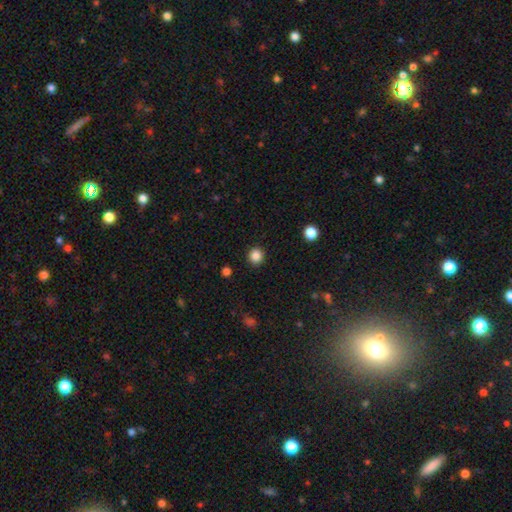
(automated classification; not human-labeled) The model was most divided on "smooth or featured": smooth: 86%, star or artifact: 11%, featured or disk: 3%. More confident: merging — none (92%); how rounded — round (91%).